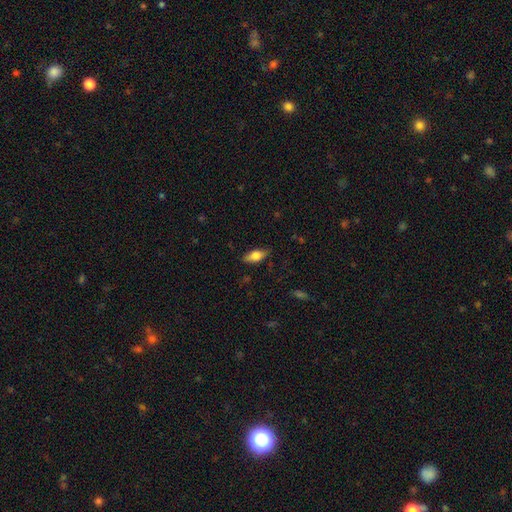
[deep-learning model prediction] Morphology: type=smooth (65%); roundness=in between (78%); merging=none (82%).